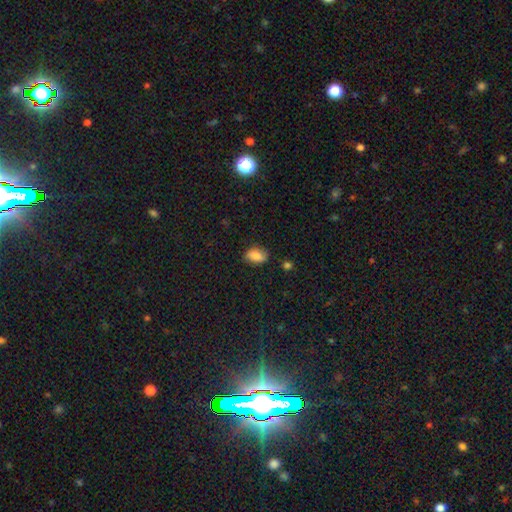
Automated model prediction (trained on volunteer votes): This appears to be a smooth galaxy with no disk features (83%) that is in between round and cigar-shaped (86%). Merging: none (77%).